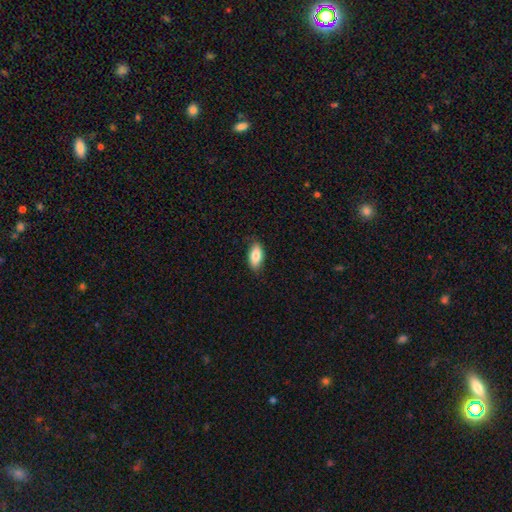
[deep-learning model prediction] Smooth or featured?
  - smooth: 82% *
  - featured or disk: 11%
  - star or artifact: 7%
How rounded?
  - in between: 90% *
  - cigar-shaped: 7%
  - round: 3%
Merging?
  - none: 83% *
  - minor disturbance: 14%
  - major disturbance: 2%
  - merger: 1%